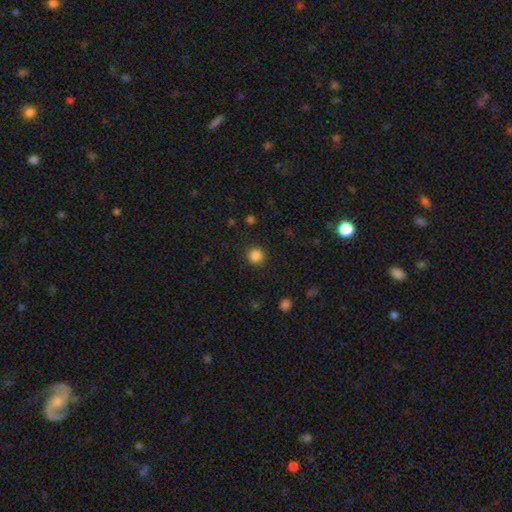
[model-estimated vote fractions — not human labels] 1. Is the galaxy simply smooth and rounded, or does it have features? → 85% smooth, 12% star or artifact, 3% featured or disk.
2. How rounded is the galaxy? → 94% round, 5% in between, 1% cigar-shaped.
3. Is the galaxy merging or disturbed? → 91% none, 6% minor disturbance, 2% major disturbance, 1% merger.